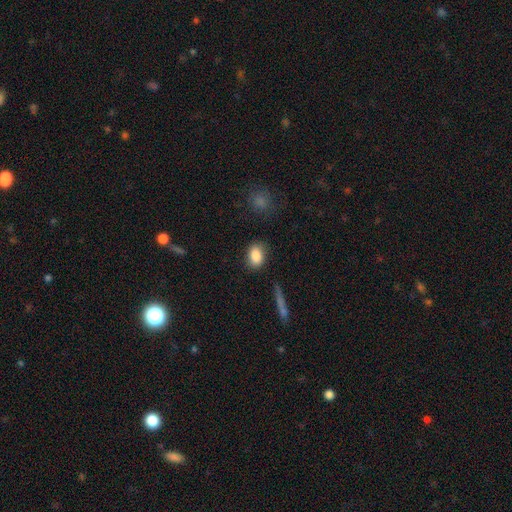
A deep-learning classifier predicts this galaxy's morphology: A smooth galaxy with no disk features (87%) that is in between round and cigar-shaped (73%). Merging: none (83%).